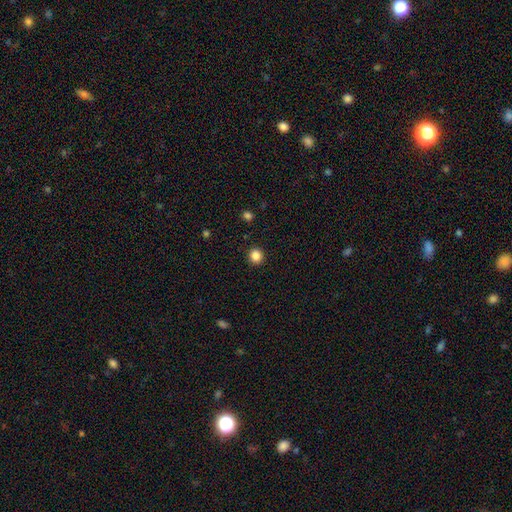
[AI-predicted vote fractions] Smooth or featured? Predicted: smooth (p=0.86). How rounded? Predicted: round (p=0.90). Merging? Predicted: none (p=0.92).